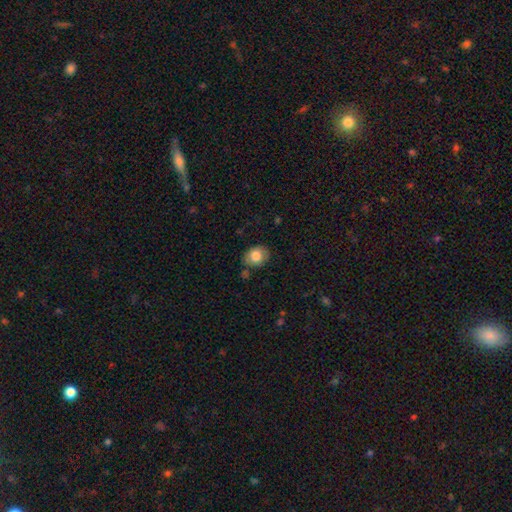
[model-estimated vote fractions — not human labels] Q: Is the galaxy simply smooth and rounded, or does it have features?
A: smooth — 80%.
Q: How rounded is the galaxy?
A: in between — 58%.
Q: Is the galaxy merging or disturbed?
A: none — 76%.